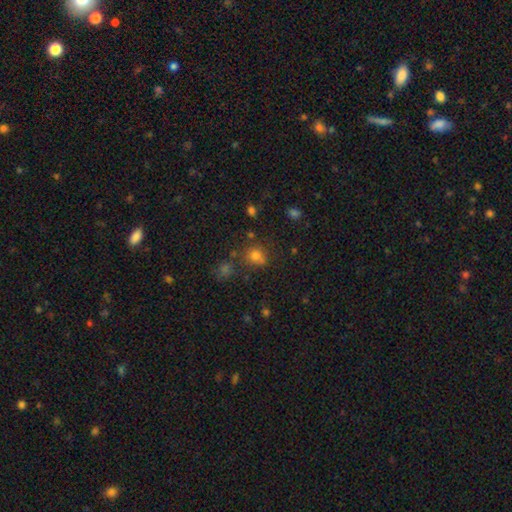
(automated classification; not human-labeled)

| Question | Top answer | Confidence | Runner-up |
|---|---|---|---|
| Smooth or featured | smooth | 74% | star or artifact (18%) |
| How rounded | round | 80% | in between (19%) |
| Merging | none | 64% | merger (16%) |